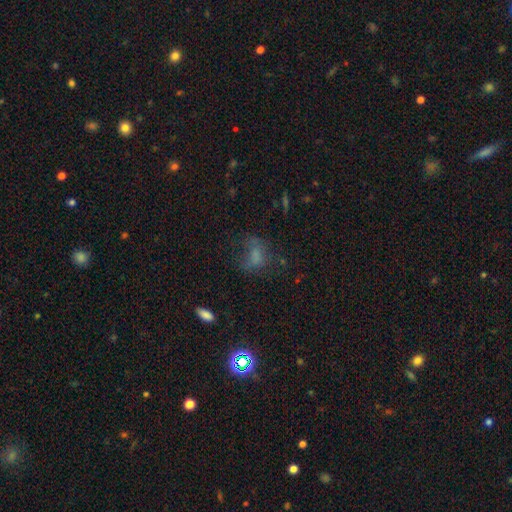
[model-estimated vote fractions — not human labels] smooth_or_featured: smooth (p=0.56) [alt: featured or disk p=0.24]
how_rounded: in between (p=0.67) [alt: round p=0.29]
merging: none (p=0.44) [alt: major disturbance p=0.30]